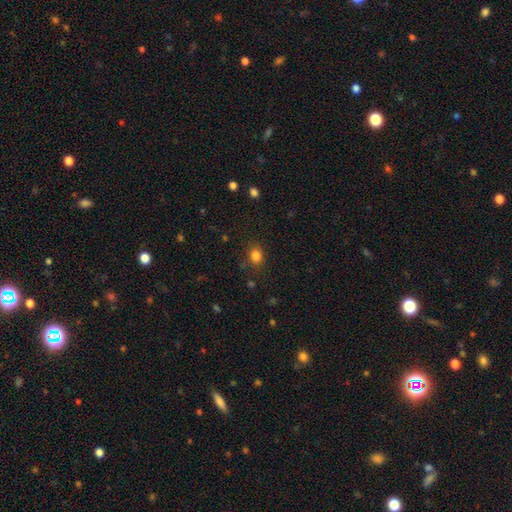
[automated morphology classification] smooth_or_featured: smooth (p=0.82) [alt: star or artifact p=0.13]
how_rounded: round (p=0.52) [alt: in between p=0.47]
merging: none (p=0.81) [alt: minor disturbance p=0.13]